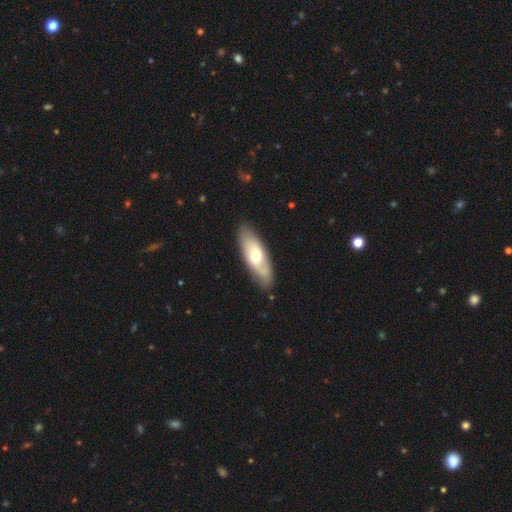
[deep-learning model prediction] Smooth or featured? Predicted: smooth (p=0.49). Merging? Predicted: none (p=0.83).